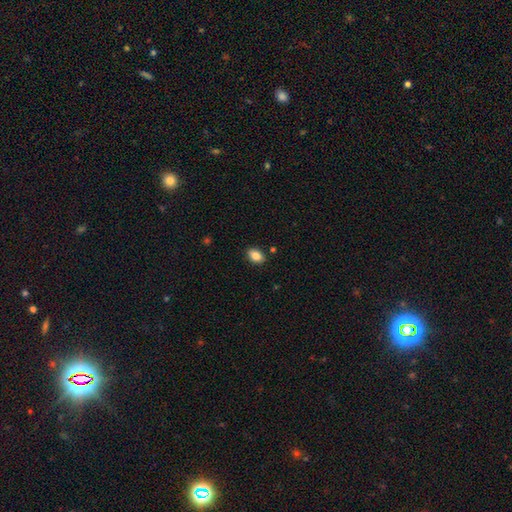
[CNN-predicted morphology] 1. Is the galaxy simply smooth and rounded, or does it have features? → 85% smooth, 8% star or artifact, 7% featured or disk.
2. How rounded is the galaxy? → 88% in between, 10% round, 2% cigar-shaped.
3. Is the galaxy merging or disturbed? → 87% none, 9% minor disturbance, 2% major disturbance, 2% merger.